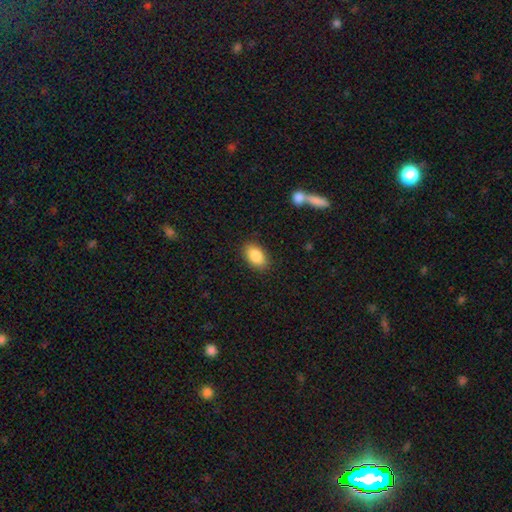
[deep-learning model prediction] A smooth galaxy with no disk features (87%) that is in between round and cigar-shaped (92%). Merging: none (87%).